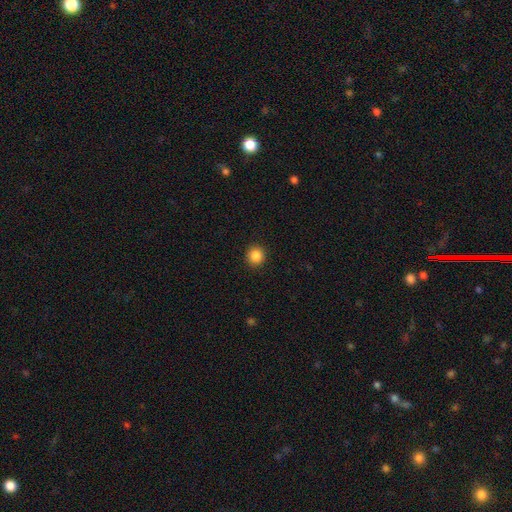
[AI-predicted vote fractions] Q: Smooth or featured?
A: smooth (86%); runner-up: star or artifact (10%)
Q: How rounded?
A: round (92%); runner-up: in between (7%)
Q: Merging?
A: none (92%); runner-up: minor disturbance (5%)